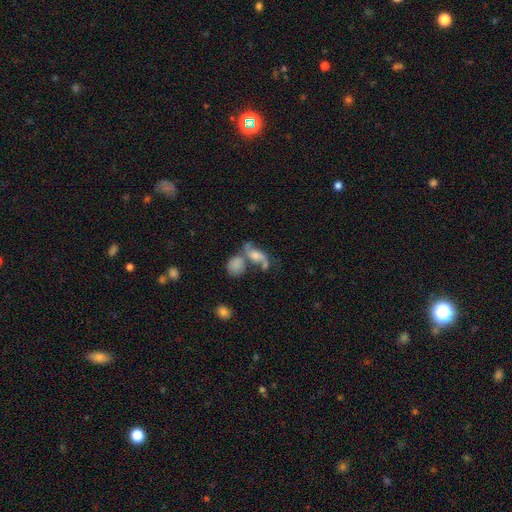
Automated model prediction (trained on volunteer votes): Smooth or featured? featured or disk (60%)
Edge-on disk? no (93%)
Bar? no (63%)
Spiral arms? yes (84%)
Bulge size? moderate (41%)
Merging? merger (38%)